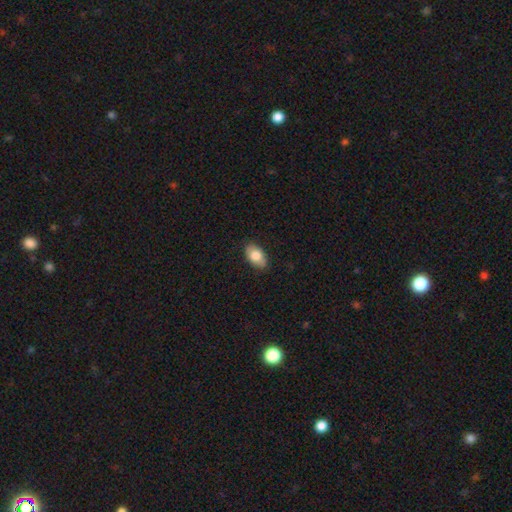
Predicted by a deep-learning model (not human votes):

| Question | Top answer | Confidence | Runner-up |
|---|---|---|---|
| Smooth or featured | smooth | 80% | featured or disk (13%) |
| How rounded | in between | 92% | round (7%) |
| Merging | none | 87% | minor disturbance (10%) |